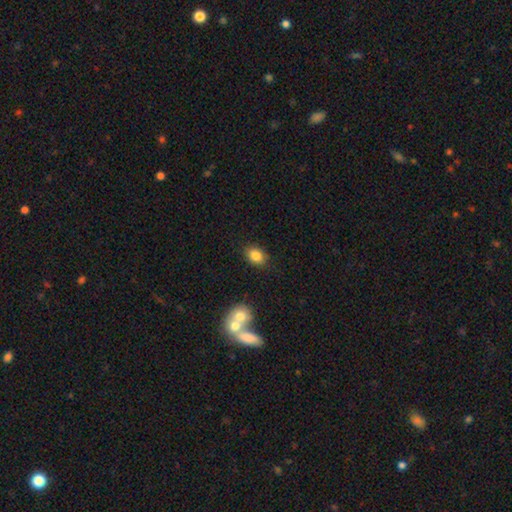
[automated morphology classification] The model was most divided on "how rounded": in between: 72%, round: 27%, cigar-shaped: 1%. More confident: merging — none (84%); smooth or featured — smooth (84%).